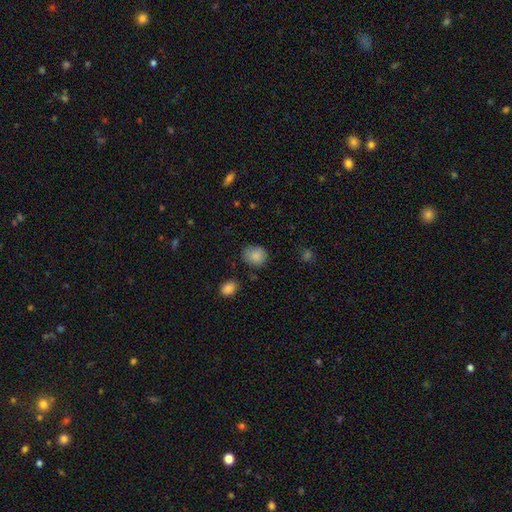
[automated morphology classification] A smooth galaxy with no disk features (85%) that is round (67%).

Vote fractions:
- Smooth or featured? smooth: 85% / star or artifact: 9% / featured or disk: 6%
- How rounded? round: 67% / in between: 32% / cigar-shaped: 1%
- Merging? none: 69% / minor disturbance: 23% / major disturbance: 5% / merger: 3%